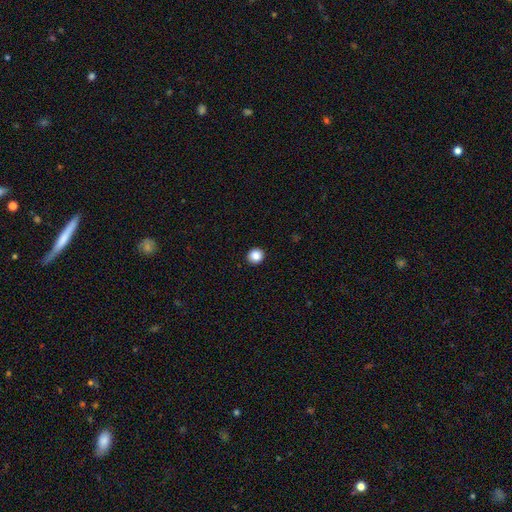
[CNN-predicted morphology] A smooth galaxy with no disk features (87%) that is round (93%). Merging: none (93%).